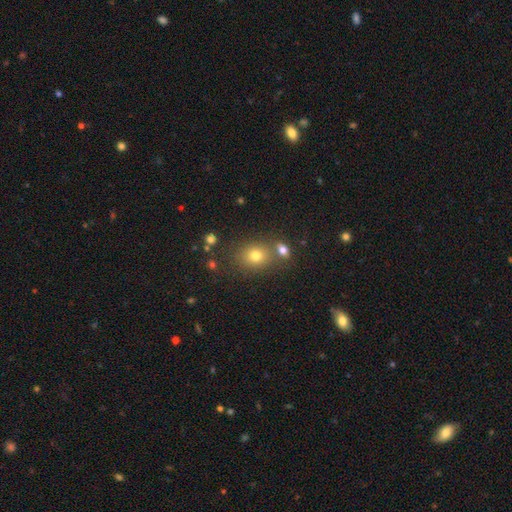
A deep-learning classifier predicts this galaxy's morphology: Smooth or featured: smooth — 75% (star or artifact — 15%)
How rounded: round — 59% (in between — 40%)
Merging: none — 68% (merger — 18%)